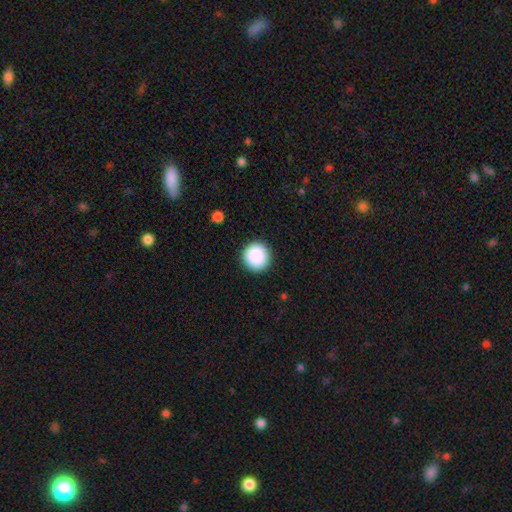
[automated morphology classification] smooth_or_featured: smooth (p=0.89) [alt: star or artifact p=0.08]
how_rounded: round (p=0.96) [alt: in between p=0.03]
merging: none (p=0.92) [alt: minor disturbance p=0.05]